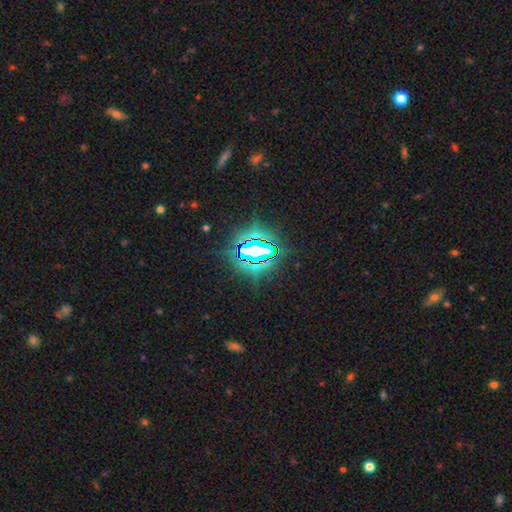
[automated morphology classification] A star or artifact, not a galaxy (77%).

Vote fractions:
- Smooth or featured? star or artifact: 77% / smooth: 13% / featured or disk: 10%